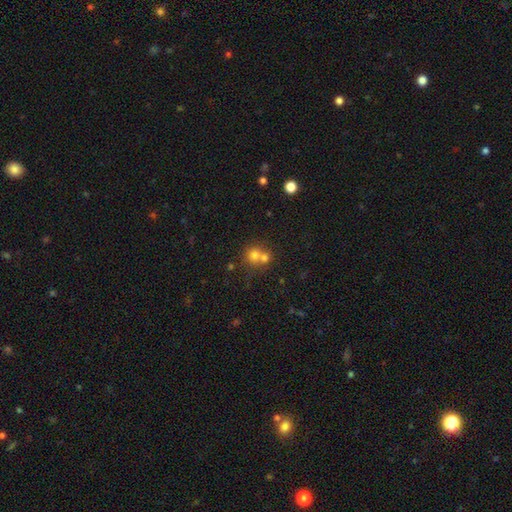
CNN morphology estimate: Smooth or featured: smooth — 68% (star or artifact — 16%)
How rounded: round — 85% (in between — 14%)
Merging: merger — 54% (none — 38%)